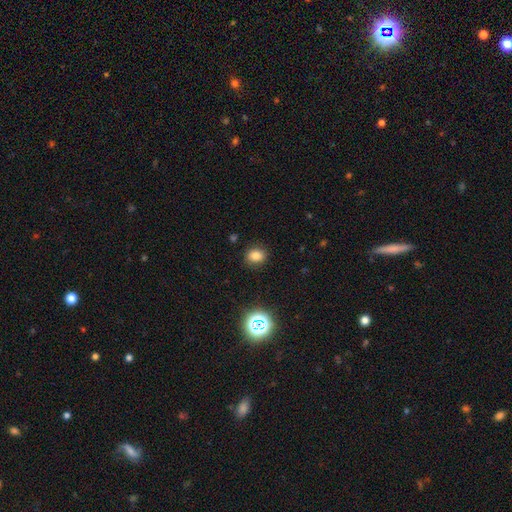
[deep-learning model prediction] Overall: smooth (78%). How rounded: round (60%; in between 39%). Merging: none (88%).